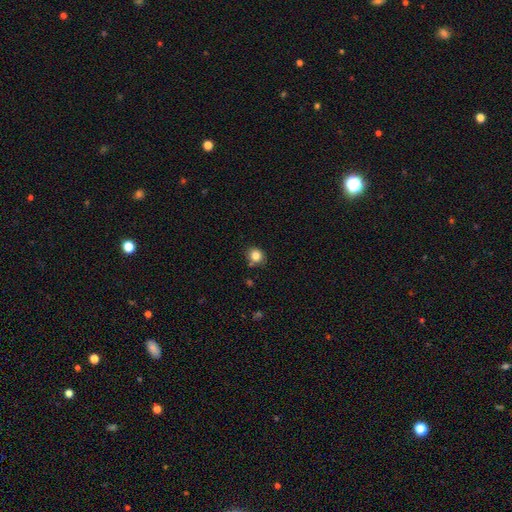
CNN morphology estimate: Overall: smooth (84%). How rounded: round (77%). Merging: none (76%).